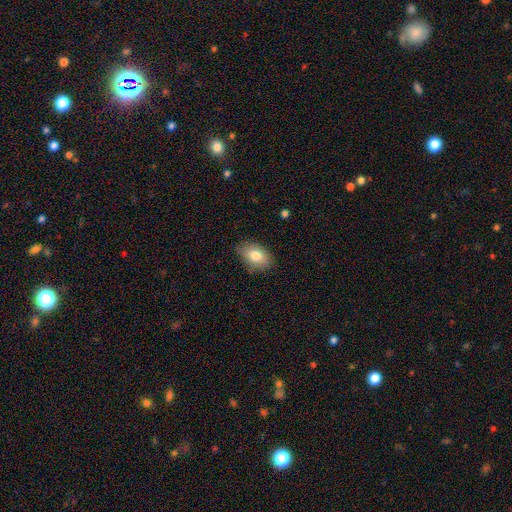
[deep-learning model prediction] The model was most divided on "merging": none: 77%, minor disturbance: 18%, major disturbance: 3%, merger: 1%. More confident: how rounded — in between (87%); smooth or featured — smooth (80%).